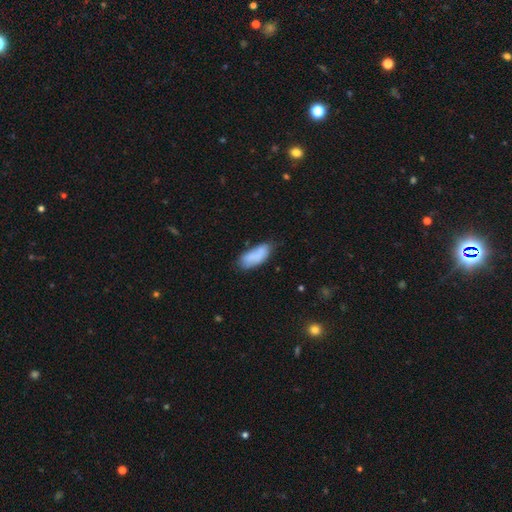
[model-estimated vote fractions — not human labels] smooth_or_featured: smooth (p=0.81) [alt: featured or disk p=0.11]
how_rounded: in between (p=0.84) [alt: cigar-shaped p=0.14]
merging: none (p=0.56) [alt: minor disturbance p=0.31]